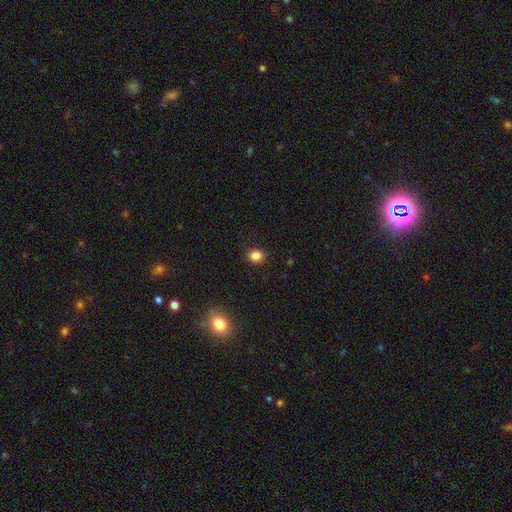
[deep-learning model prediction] Smooth or featured?
  - smooth: 85% *
  - star or artifact: 11%
  - featured or disk: 4%
How rounded?
  - round: 67% *
  - in between: 32%
  - cigar-shaped: 1%
Merging?
  - none: 90% *
  - minor disturbance: 7%
  - major disturbance: 2%
  - merger: 1%